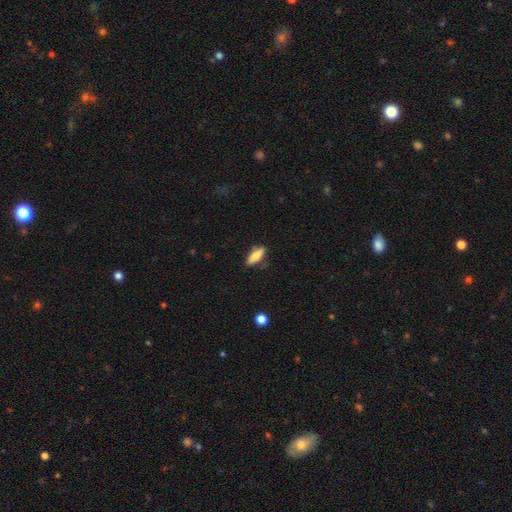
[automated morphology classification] smooth-or-featured: smooth: 67% | featured or disk: 27% | star or artifact: 6%
  how-rounded: in between: 50% | cigar-shaped: 47% | round: 3%
  merging: none: 79% | minor disturbance: 15% | major disturbance: 3% | merger: 2%